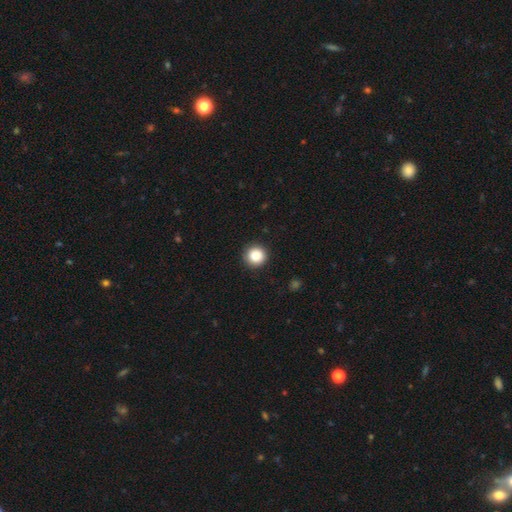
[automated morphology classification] A smooth galaxy with no disk features (85%) that is round (95%). Merging: none (93%).